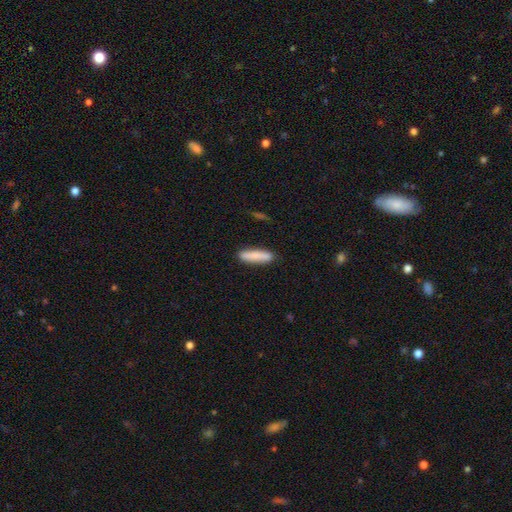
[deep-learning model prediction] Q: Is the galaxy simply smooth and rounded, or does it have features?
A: smooth — 84%.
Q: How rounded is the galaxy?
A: cigar-shaped — 83%.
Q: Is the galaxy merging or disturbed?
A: none — 88%.